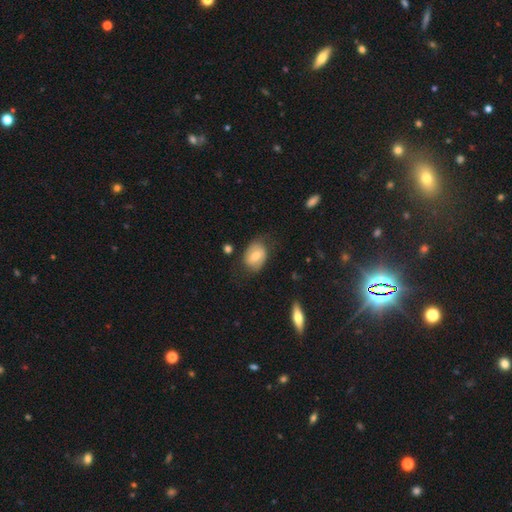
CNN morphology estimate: The model was most divided on "smooth or featured": smooth: 61%, featured or disk: 32%, star or artifact: 7%. More confident: how rounded — in between (68%); merging — none (68%).